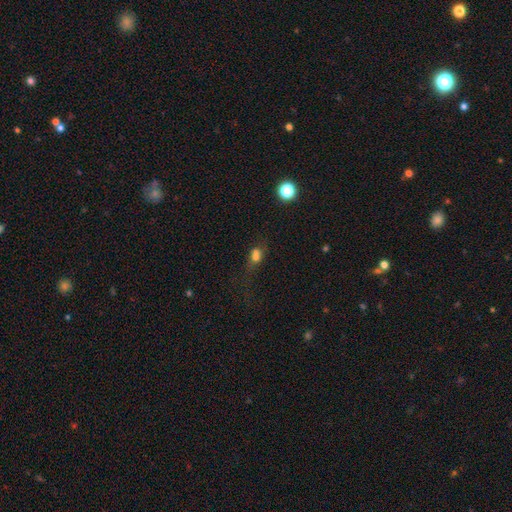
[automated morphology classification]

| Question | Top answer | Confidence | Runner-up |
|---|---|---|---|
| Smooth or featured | smooth | 66% | star or artifact (18%) |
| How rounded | in between | 56% | round (37%) |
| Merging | merger | 40% | none (32%) |